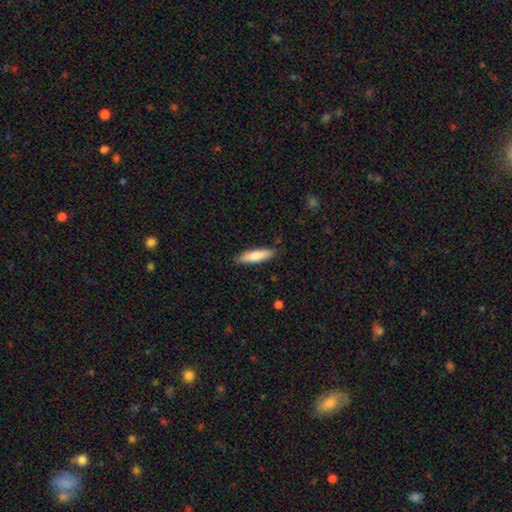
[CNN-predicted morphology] A smooth galaxy with no disk features (77%) that is cigar-shaped (69%).

Vote fractions:
- Smooth or featured? smooth: 77% / featured or disk: 17% / star or artifact: 5%
- How rounded? cigar-shaped: 69% / in between: 30% / round: 1%
- Merging? none: 85% / minor disturbance: 12% / major disturbance: 2% / merger: 1%